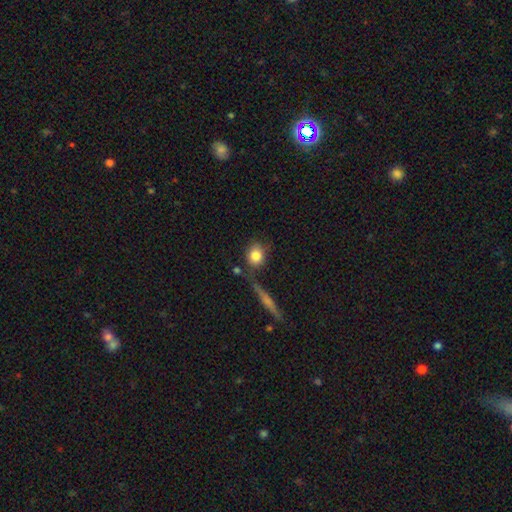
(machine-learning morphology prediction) This is clearly a smooth galaxy (81%). How rounded: likely round (72%). Merging: likely none (68%).